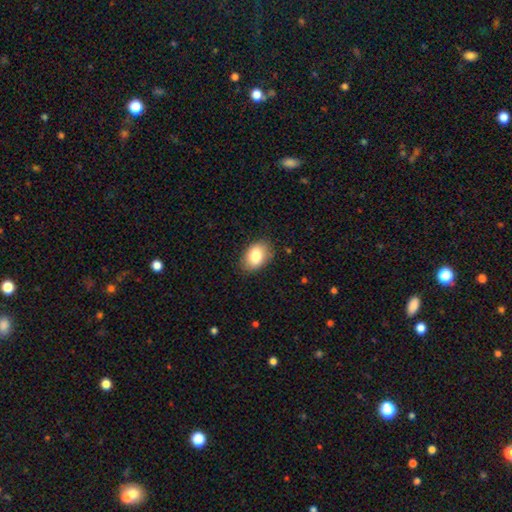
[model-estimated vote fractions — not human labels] This appears to be a smooth galaxy with no disk features (83%) that is in between round and cigar-shaped (85%). Merging: none (82%).